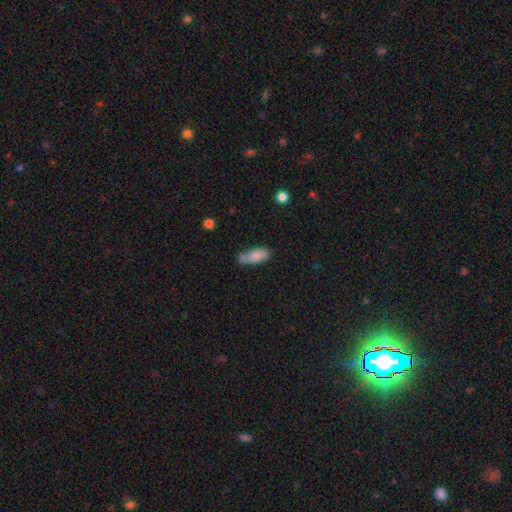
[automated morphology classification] Overall: smooth (81%). How rounded: in between (76%). Merging: none (54%; minor disturbance 29%).